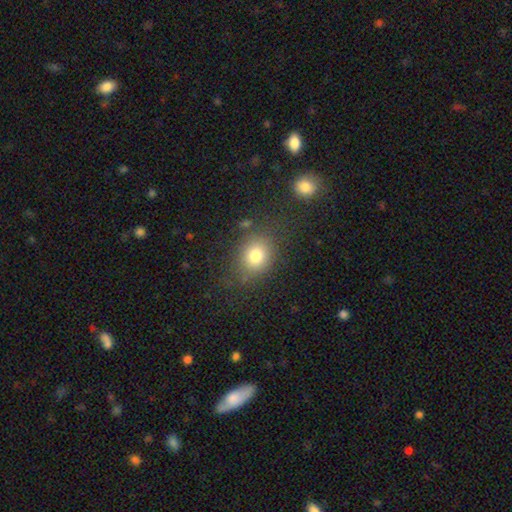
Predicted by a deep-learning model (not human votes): smooth_or_featured: smooth (p=0.78) [alt: star or artifact p=0.12]
how_rounded: round (p=0.57) [alt: in between p=0.42]
merging: none (p=0.75) [alt: minor disturbance p=0.15]